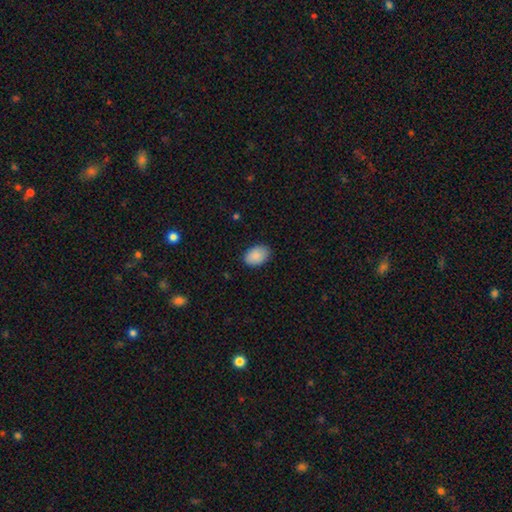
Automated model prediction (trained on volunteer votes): A smooth galaxy with no disk features (89%) that is in between round and cigar-shaped (84%).

Vote fractions:
- Smooth or featured? smooth: 89% / star or artifact: 7% / featured or disk: 4%
- How rounded? in between: 84% / round: 15% / cigar-shaped: 1%
- Merging? none: 85% / minor disturbance: 12% / major disturbance: 2% / merger: 1%